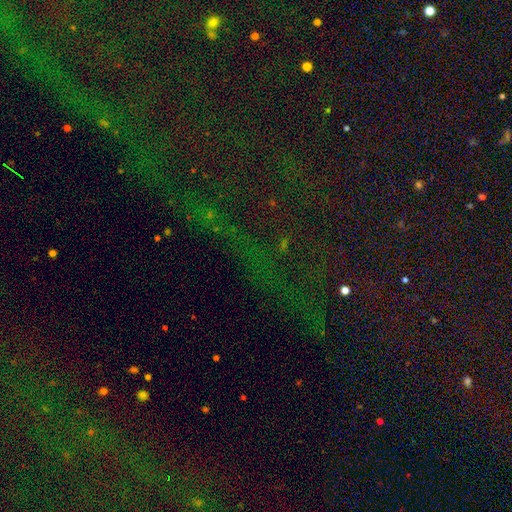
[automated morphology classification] This appears to be a star or artifact, not a galaxy (79%).